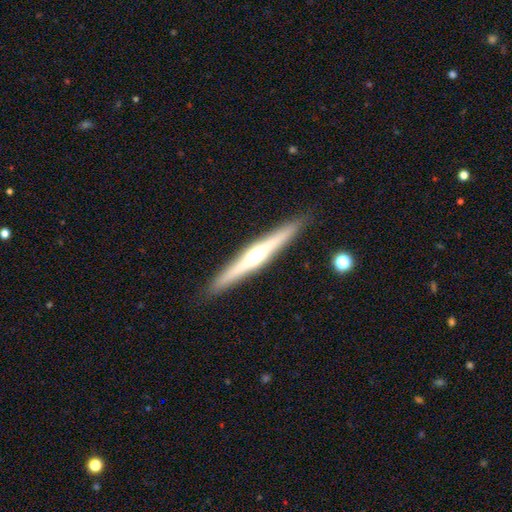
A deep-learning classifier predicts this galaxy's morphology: This appears to be a featured or disk galaxy (72%) viewed edge-on (97%) with a rounded central bulge (87%). Merging: none (91%).